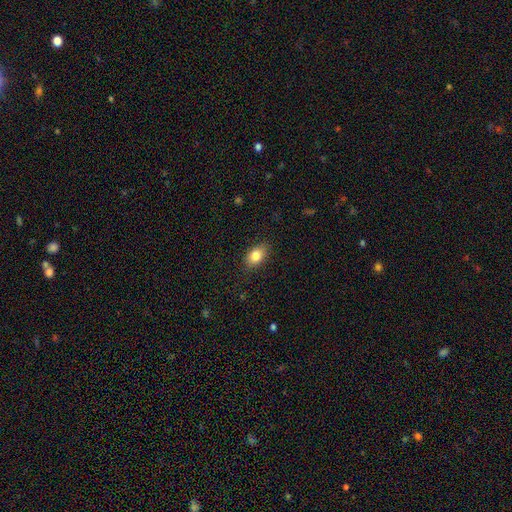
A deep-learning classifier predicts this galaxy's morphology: smooth-or-featured: smooth: 82% | featured or disk: 9% | star or artifact: 8%
  how-rounded: in between: 85% | round: 13% | cigar-shaped: 2%
  merging: none: 85% | minor disturbance: 12% | major disturbance: 3% | merger: 1%